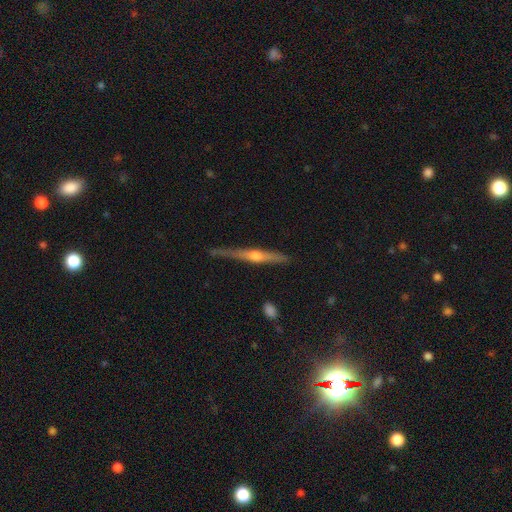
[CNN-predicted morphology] Q: Smooth or featured?
A: featured or disk (75%); runner-up: smooth (18%)
Q: Edge-on disk?
A: yes (98%); runner-up: no (2%)
Q: Edge-on bulge?
A: rounded (89%); runner-up: none (7%)
Q: Merging?
A: none (81%); runner-up: minor disturbance (14%)